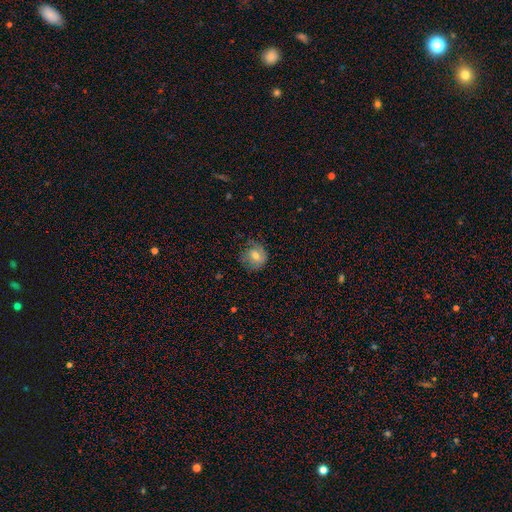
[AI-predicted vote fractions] A smooth galaxy with no disk features (66%) that is round (82%). Merging: none (70%).